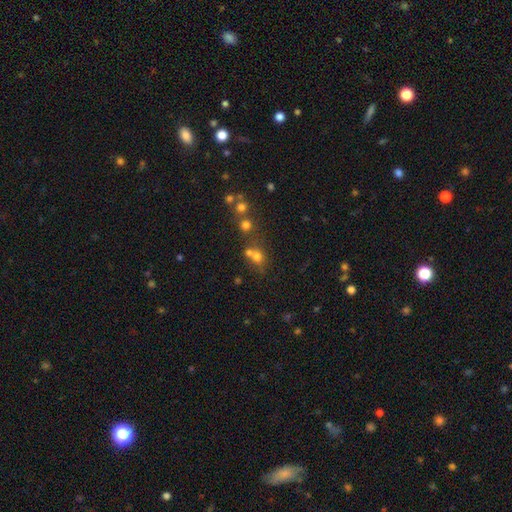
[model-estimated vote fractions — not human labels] smooth 66%, star or artifact 19%, featured or disk 15%. Down the decision tree: how rounded — round (72%); merging — merger (44%).